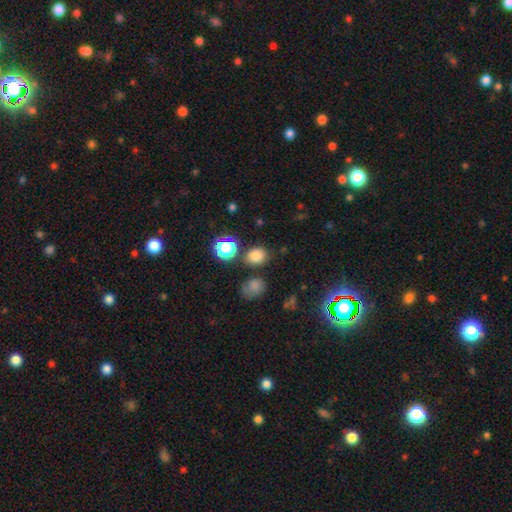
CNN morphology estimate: A smooth galaxy with no disk features (77%) that is round (63%). Merging: none (76%).